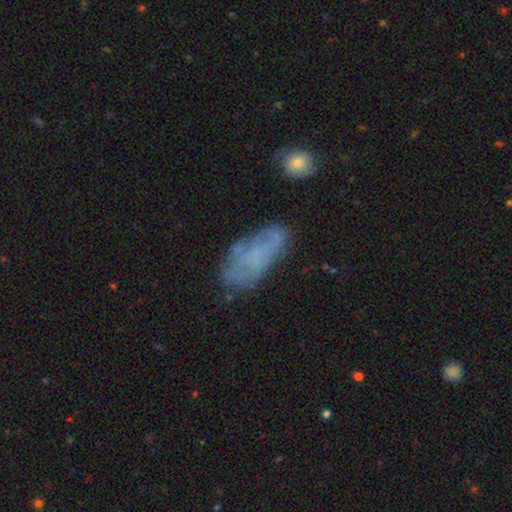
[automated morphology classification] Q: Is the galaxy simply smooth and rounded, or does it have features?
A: featured or disk — 45%.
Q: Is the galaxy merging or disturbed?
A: none — 60%.